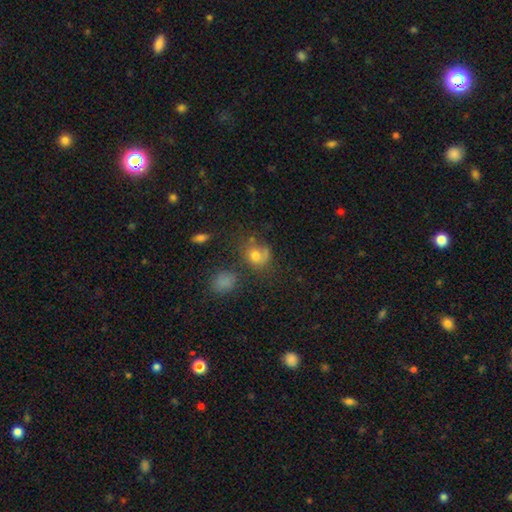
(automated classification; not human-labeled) Morphology: type=smooth (69%); roundness=round (65%); merging=none (51%).